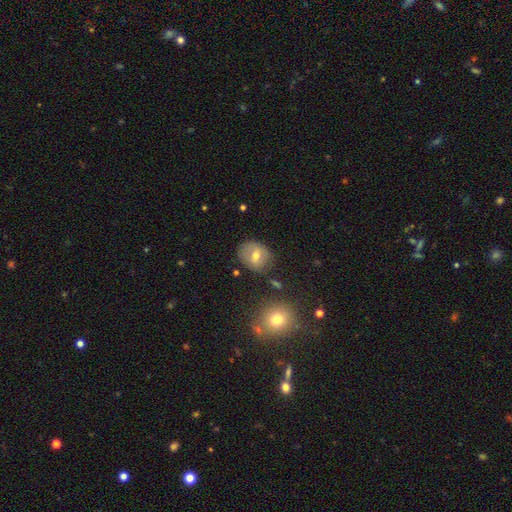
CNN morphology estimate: The model was most divided on "how rounded": round: 55%, in between: 44%, cigar-shaped: 1%. More confident: merging — none (72%); smooth or featured — smooth (60%).